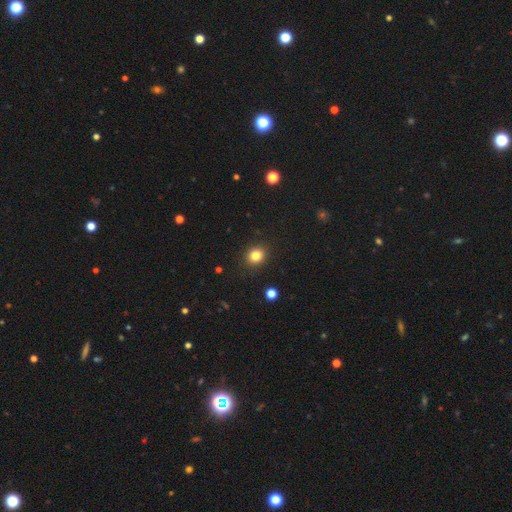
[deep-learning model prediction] The model was most divided on "how rounded": round: 76%, in between: 23%, cigar-shaped: 1%. More confident: merging — none (91%); smooth or featured — smooth (83%).